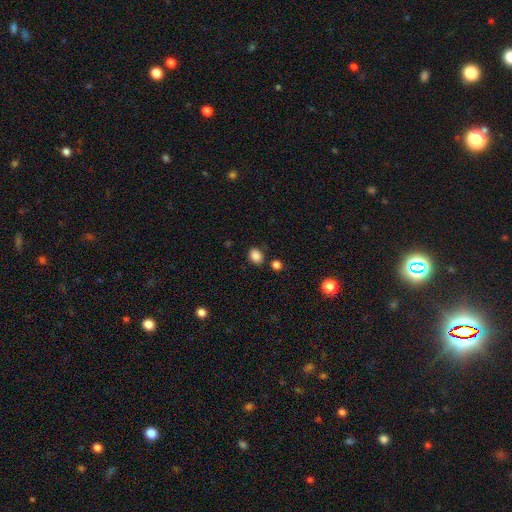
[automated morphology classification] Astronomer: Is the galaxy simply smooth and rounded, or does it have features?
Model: smooth — 85%.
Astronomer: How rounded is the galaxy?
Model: in between — 56% (runner-up: round, 43%).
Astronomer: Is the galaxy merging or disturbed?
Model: none — 81%.